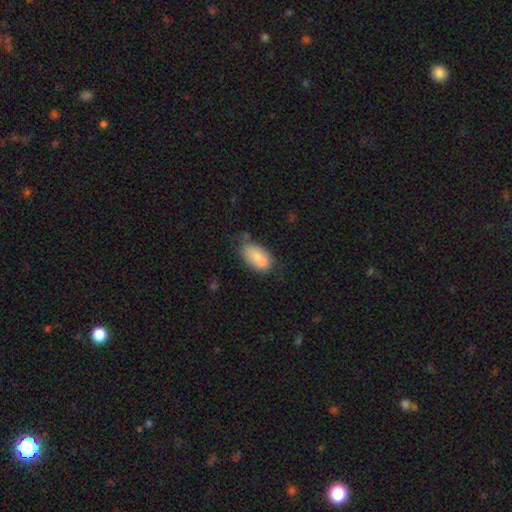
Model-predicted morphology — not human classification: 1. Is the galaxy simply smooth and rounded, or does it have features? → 78% smooth, 14% featured or disk, 8% star or artifact.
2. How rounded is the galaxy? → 91% in between, 5% round, 4% cigar-shaped.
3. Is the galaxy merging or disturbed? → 49% none, 24% minor disturbance, 20% merger, 7% major disturbance.